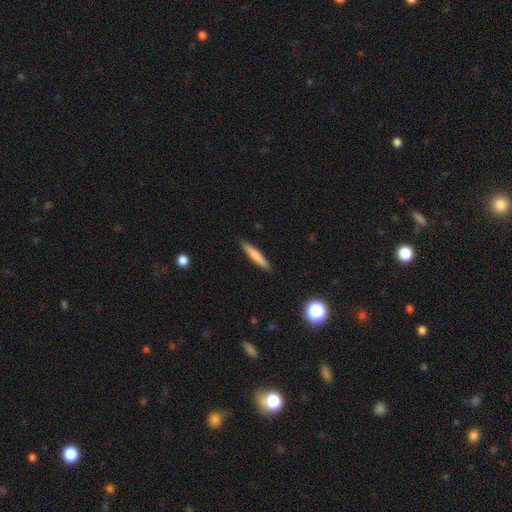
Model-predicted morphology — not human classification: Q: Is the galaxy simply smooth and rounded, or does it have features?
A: smooth — 74%.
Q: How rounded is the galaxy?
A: cigar-shaped — 92%.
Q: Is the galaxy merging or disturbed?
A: none — 90%.